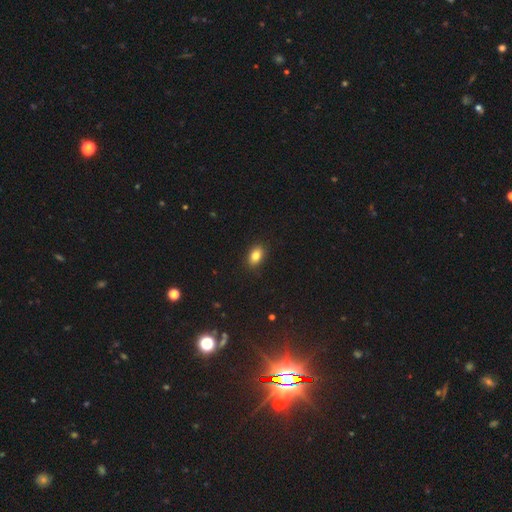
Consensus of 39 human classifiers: Smooth or featured? smooth (82%)
How rounded? in between (91%)
Merging? none (97%)